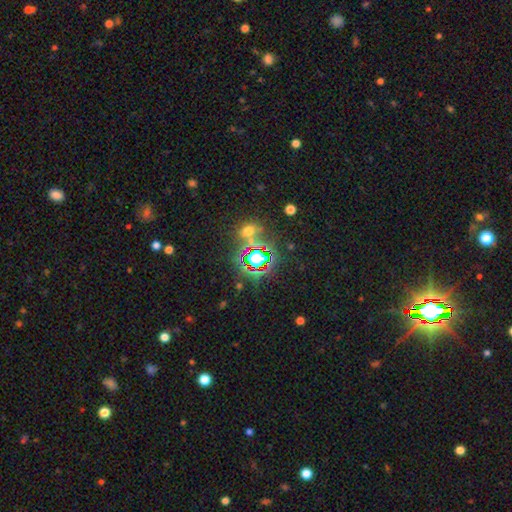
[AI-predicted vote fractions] A star or artifact, not a galaxy (75%).

Vote fractions:
- Smooth or featured? star or artifact: 75% / smooth: 16% / featured or disk: 9%